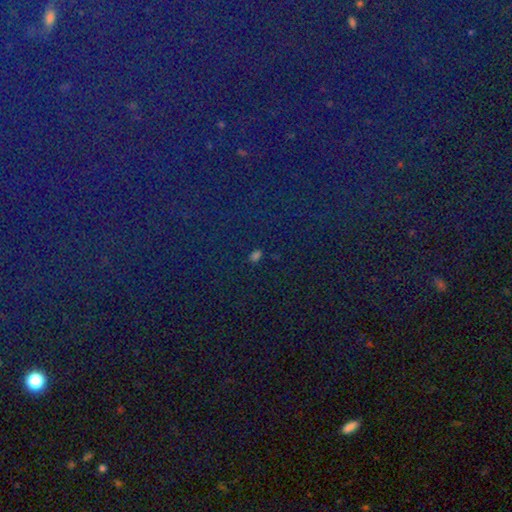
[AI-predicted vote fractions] This is possibly a star or artifact rather than a galaxy (47%).